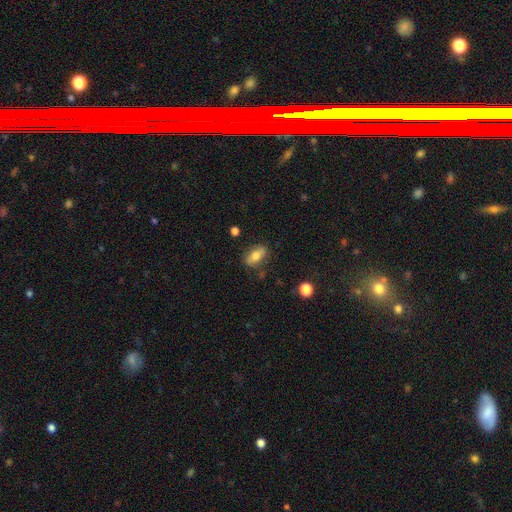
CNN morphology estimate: Smooth or featured? Predicted: smooth (p=0.68). How rounded? Predicted: in between (p=0.83). Merging? Predicted: none (p=0.77).